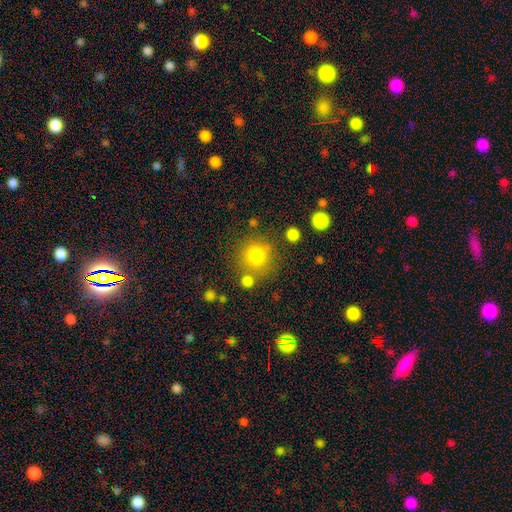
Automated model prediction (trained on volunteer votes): This appears to be a smooth galaxy with no disk features (81%) that is round (92%). Merging: none (74%).